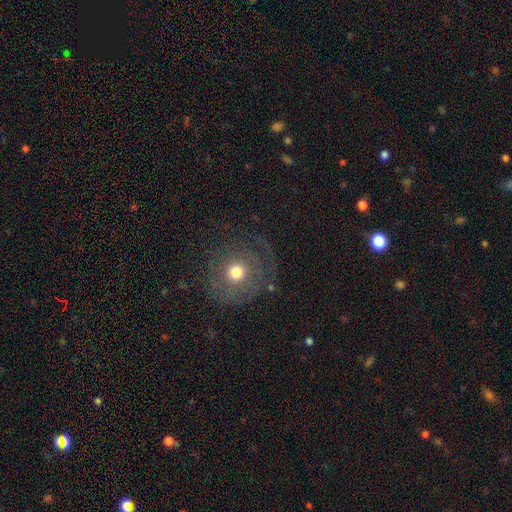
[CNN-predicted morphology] Smooth or featured? Predicted: smooth (p=0.50). Merging? Predicted: none (p=0.80).